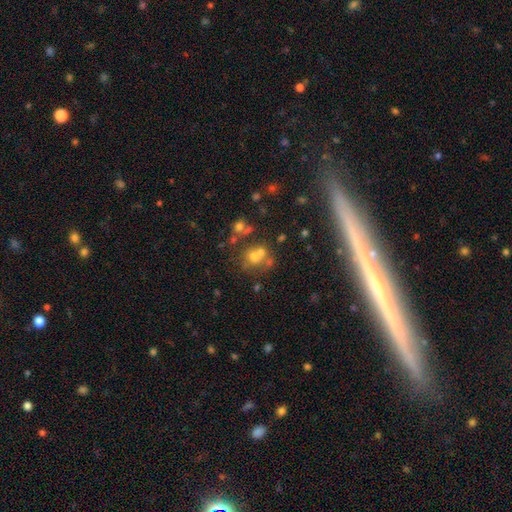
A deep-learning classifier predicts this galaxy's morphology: A smooth galaxy with no disk features (50%) that is round (71%).

Vote fractions:
- Smooth or featured? smooth: 50% / star or artifact: 29% / featured or disk: 20%
- How rounded? round: 71% / in between: 27% / cigar-shaped: 2%
- Merging? none: 48% / merger: 34% / minor disturbance: 11% / major disturbance: 7%